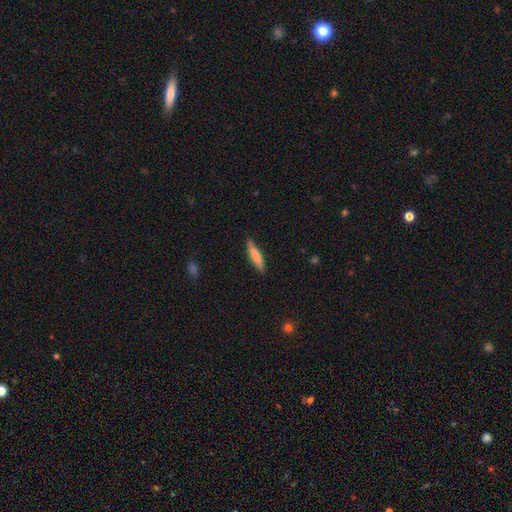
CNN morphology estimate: This appears to be a smooth galaxy with no disk features (77%) that is cigar-shaped (84%). Merging: none (85%).